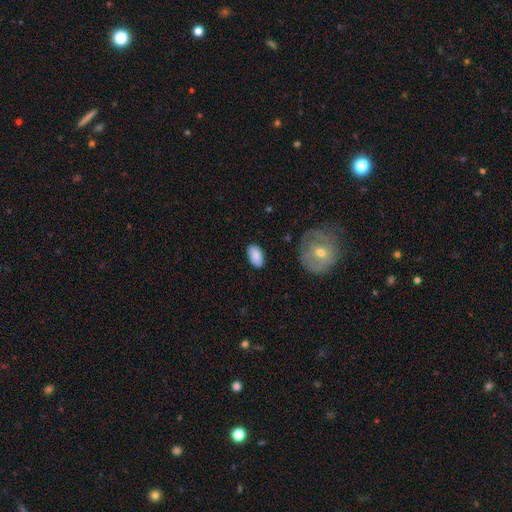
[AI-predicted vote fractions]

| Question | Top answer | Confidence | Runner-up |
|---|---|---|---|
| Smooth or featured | smooth | 85% | featured or disk (8%) |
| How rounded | in between | 94% | round (4%) |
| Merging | none | 83% | minor disturbance (12%) |